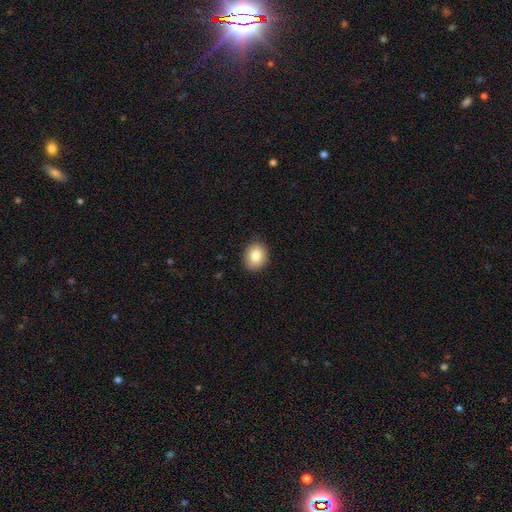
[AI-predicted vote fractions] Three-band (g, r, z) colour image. It shows a smooth galaxy with no disk features (82%) that is round (59%). Merging: none (88%).